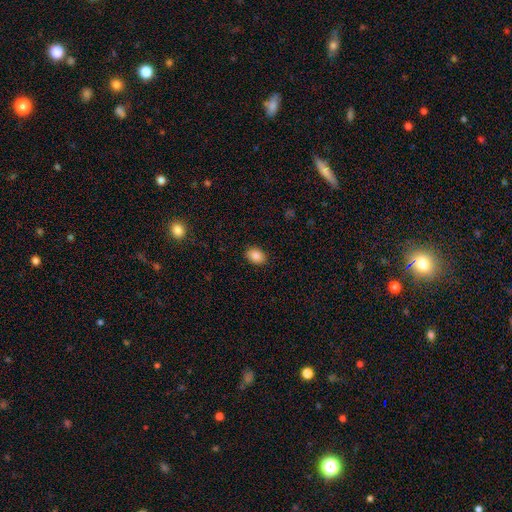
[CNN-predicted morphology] smooth 87%, star or artifact 8%, featured or disk 4%. Down the decision tree: how rounded — in between (75%); merging — none (89%).